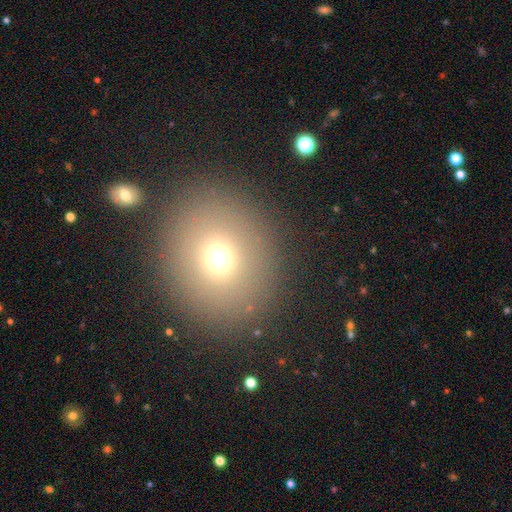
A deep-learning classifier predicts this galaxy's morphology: smooth 69%, star or artifact 20%, featured or disk 12%. Down the decision tree: how rounded — round (77%); merging — none (88%).